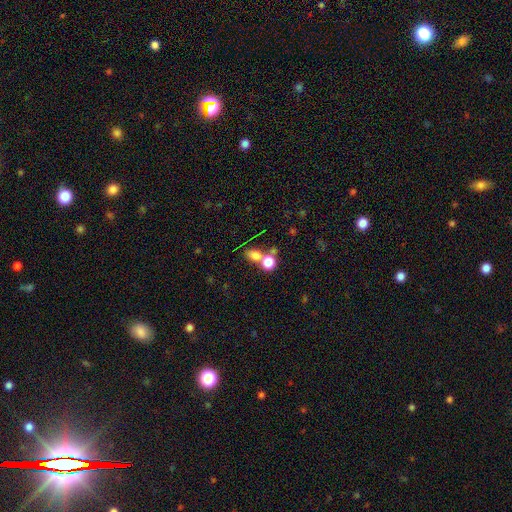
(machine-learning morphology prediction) The model was most divided on "merging": merger: 48%, none: 38%, minor disturbance: 8%, major disturbance: 6%. More confident: smooth or featured — smooth (75%); how rounded — round (57%).